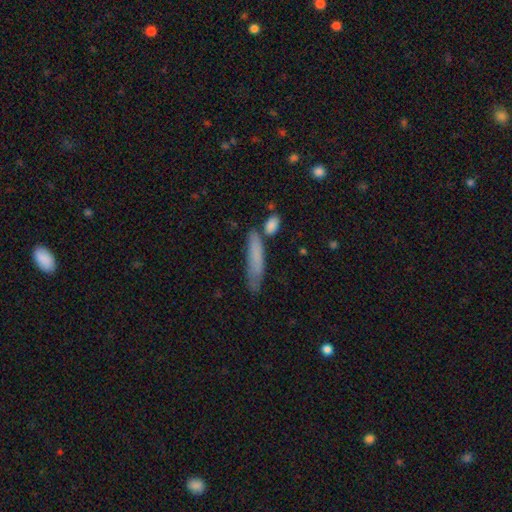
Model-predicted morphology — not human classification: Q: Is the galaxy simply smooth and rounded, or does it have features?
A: smooth — 72%.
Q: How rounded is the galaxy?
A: cigar-shaped — 84%.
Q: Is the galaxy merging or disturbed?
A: none — 59%.